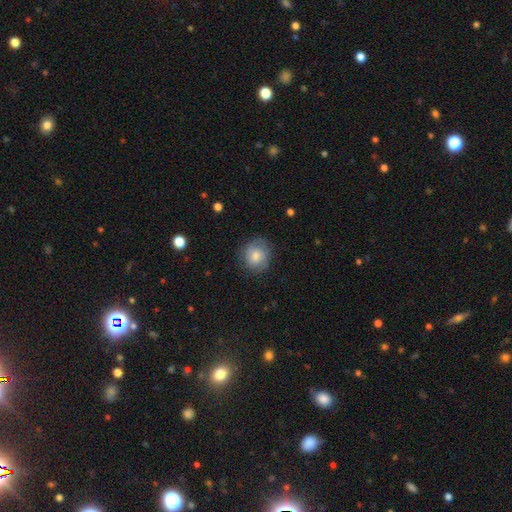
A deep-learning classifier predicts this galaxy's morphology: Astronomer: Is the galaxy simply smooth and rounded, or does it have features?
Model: smooth — 66%.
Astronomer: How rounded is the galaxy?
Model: round — 82%.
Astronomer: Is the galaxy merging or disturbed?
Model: none — 76%.